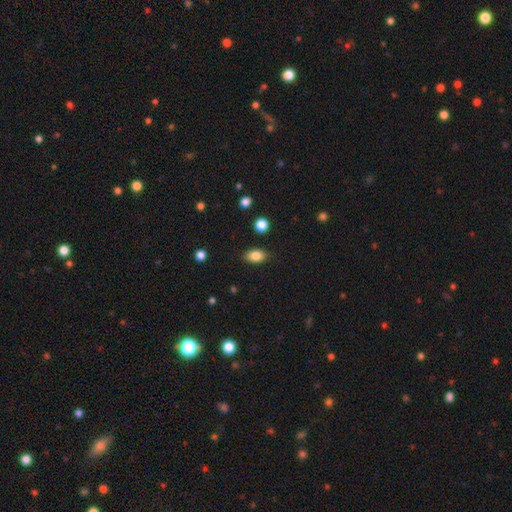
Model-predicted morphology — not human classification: smooth_or_featured: smooth (p=0.85) [alt: star or artifact p=0.09]
how_rounded: in between (p=0.88) [alt: round p=0.09]
merging: none (p=0.86) [alt: minor disturbance p=0.10]